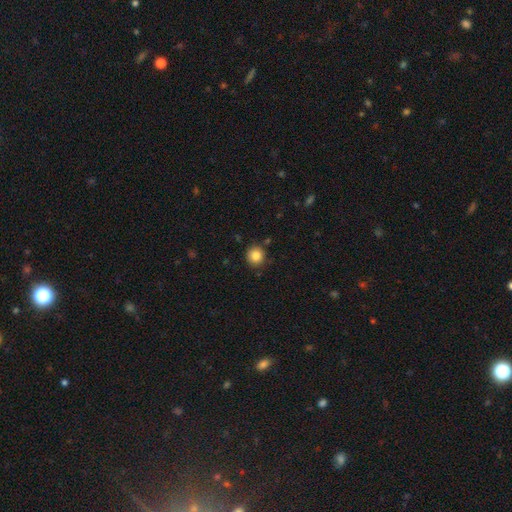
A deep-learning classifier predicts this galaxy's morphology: Smooth or featured: smooth — 84% (star or artifact — 10%)
How rounded: round — 92% (in between — 7%)
Merging: none — 86% (minor disturbance — 9%)